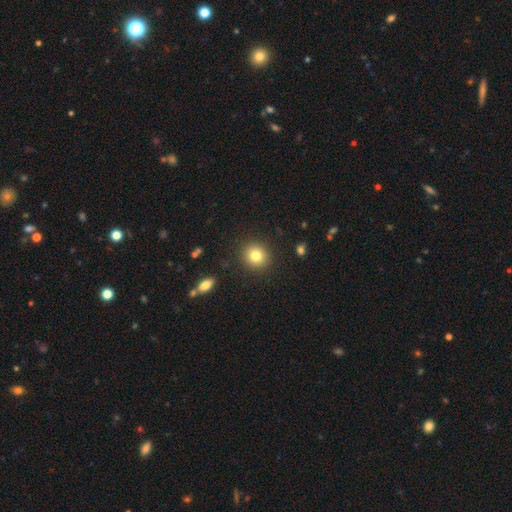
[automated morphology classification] Q: Smooth or featured?
A: smooth (82%); runner-up: star or artifact (10%)
Q: How rounded?
A: round (87%); runner-up: in between (12%)
Q: Merging?
A: none (90%); runner-up: minor disturbance (6%)